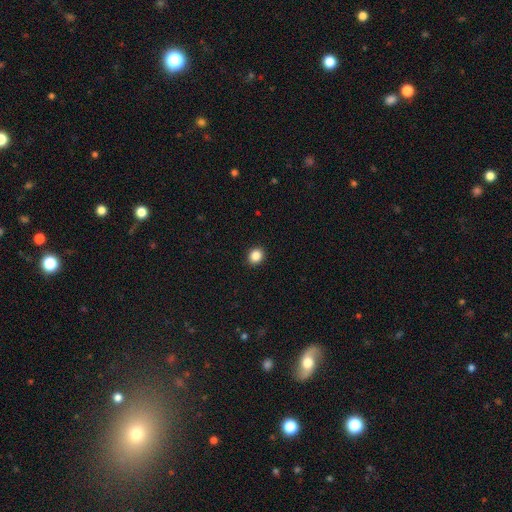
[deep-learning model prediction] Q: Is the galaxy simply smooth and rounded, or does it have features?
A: smooth — 86%.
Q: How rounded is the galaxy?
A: round — 72%.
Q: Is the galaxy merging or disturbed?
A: none — 92%.